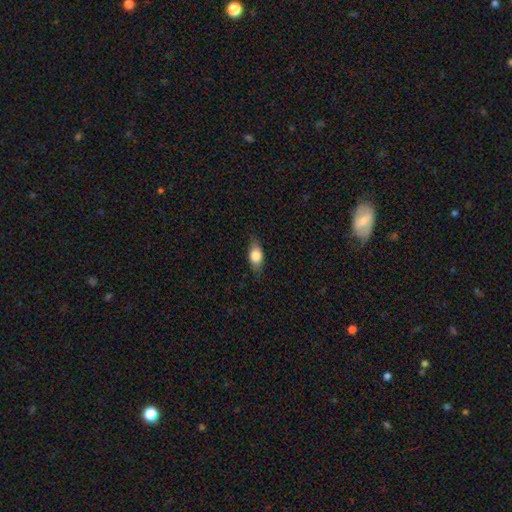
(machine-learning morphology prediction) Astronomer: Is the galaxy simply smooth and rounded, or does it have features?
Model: smooth — 76%.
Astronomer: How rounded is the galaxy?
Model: in between — 79%.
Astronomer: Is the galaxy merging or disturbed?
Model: none — 79%.